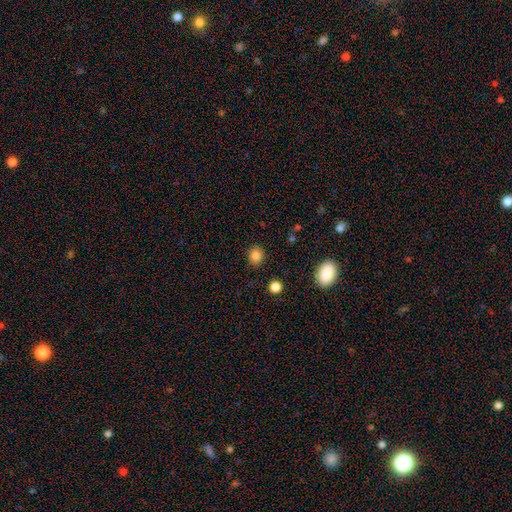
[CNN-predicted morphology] Smooth or featured: smooth — 84% (star or artifact — 12%)
How rounded: round — 76% (in between — 23%)
Merging: none — 89% (minor disturbance — 7%)